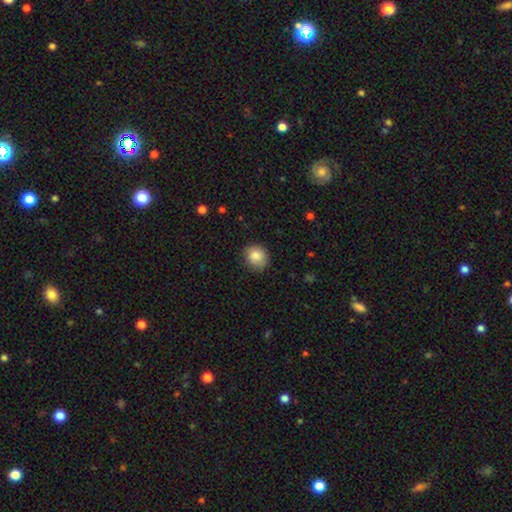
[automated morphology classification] A smooth galaxy with no disk features (83%) that is round (73%). Merging: none (81%).